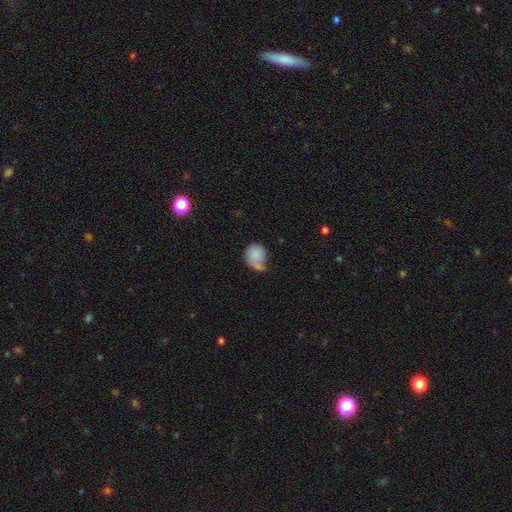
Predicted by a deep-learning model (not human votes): This is likely a smooth galaxy (78%). How rounded: likely round (69%). Merging: marginally none (36%).